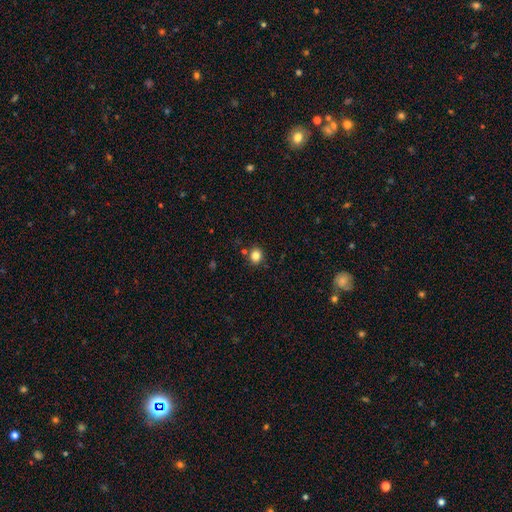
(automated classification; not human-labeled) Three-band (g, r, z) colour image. It shows a smooth galaxy with no disk features (83%) that is round (76%). Merging: none (83%).